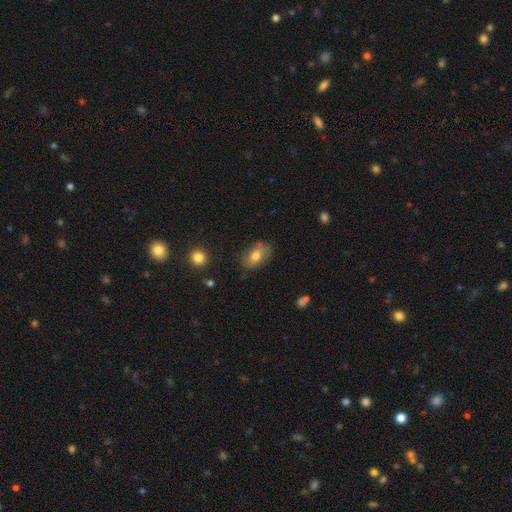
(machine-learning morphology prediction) The model was most divided on "smooth or featured": smooth: 71%, featured or disk: 21%, star or artifact: 9%. More confident: how rounded — in between (86%); merging — none (74%).